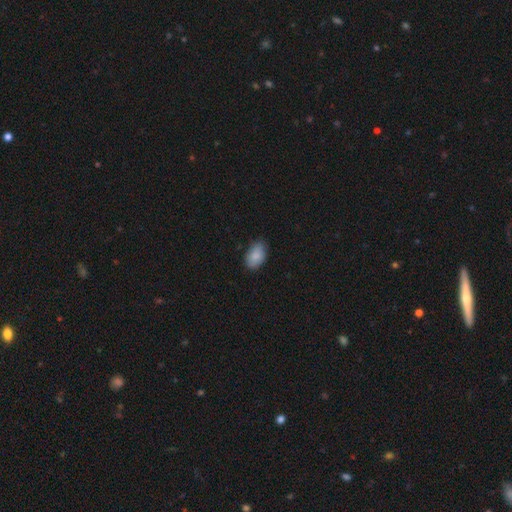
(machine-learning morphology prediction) This appears to be a smooth galaxy with no disk features (86%) that is in between round and cigar-shaped (90%). Merging: none (73%).